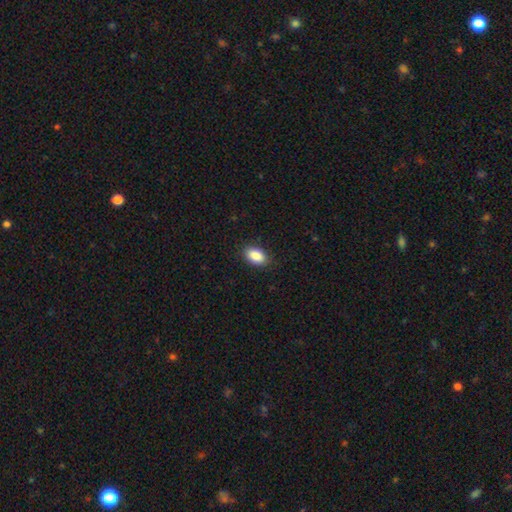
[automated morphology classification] smooth_or_featured: smooth (p=0.89) [alt: star or artifact p=0.07]
how_rounded: in between (p=0.92) [alt: round p=0.07]
merging: none (p=0.88) [alt: minor disturbance p=0.09]